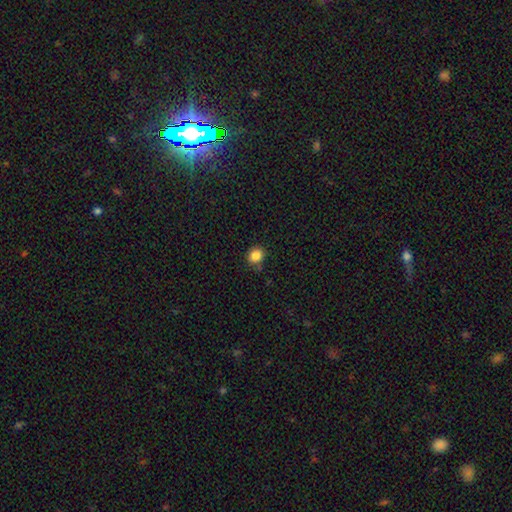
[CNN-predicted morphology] Smooth or featured?
  - smooth: 85% *
  - star or artifact: 11%
  - featured or disk: 4%
How rounded?
  - round: 76% *
  - in between: 23%
  - cigar-shaped: 1%
Merging?
  - none: 81% *
  - minor disturbance: 12%
  - merger: 4%
  - major disturbance: 3%